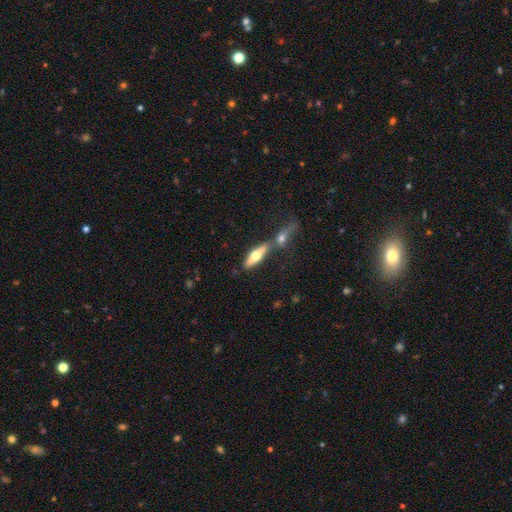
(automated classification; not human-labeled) A smooth galaxy with no disk features (48%). Merging: none (50%).